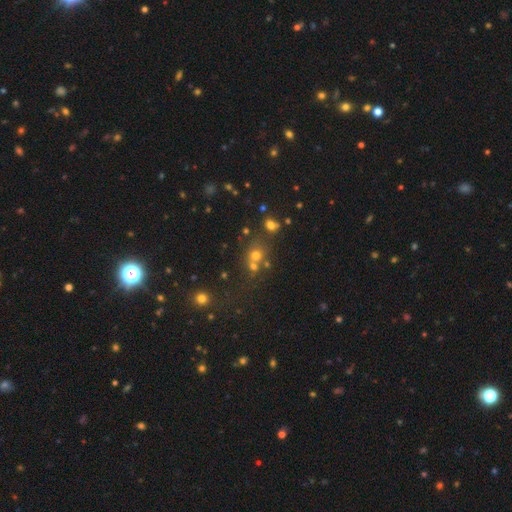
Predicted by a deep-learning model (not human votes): smooth-or-featured: smooth: 63% | star or artifact: 24% | featured or disk: 13%
  how-rounded: round: 78% | in between: 21% | cigar-shaped: 1%
  merging: none: 50% | merger: 37% | minor disturbance: 9% | major disturbance: 5%